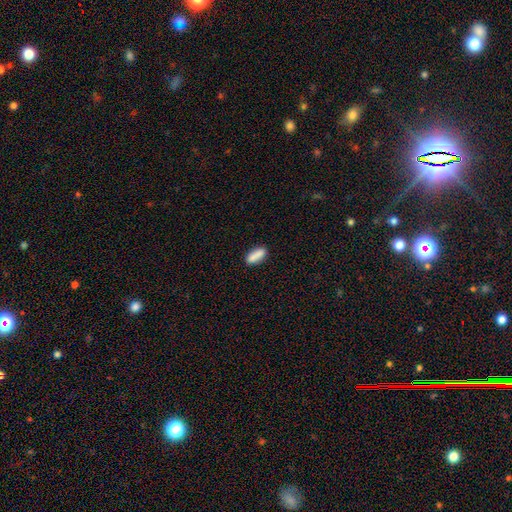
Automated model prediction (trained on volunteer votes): Morphology: type=smooth (87%); roundness=in between (72%); merging=none (86%).